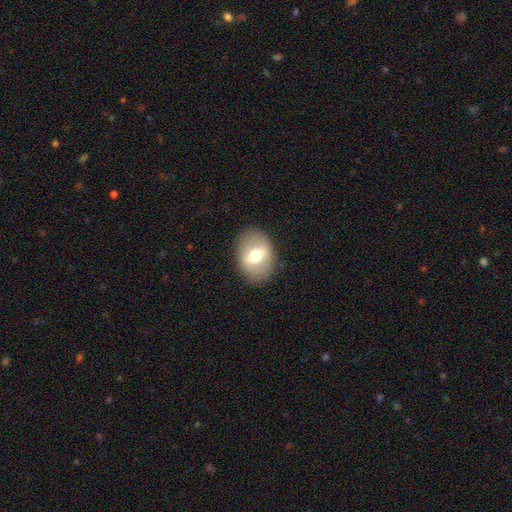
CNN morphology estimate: A smooth galaxy with no disk features (53%) that is in between round and cigar-shaped (69%). Merging: none (85%).